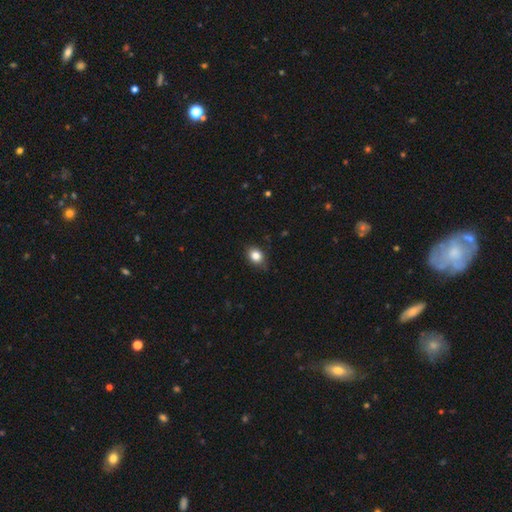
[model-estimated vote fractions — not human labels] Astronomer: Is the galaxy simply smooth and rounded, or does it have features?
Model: smooth — 84%.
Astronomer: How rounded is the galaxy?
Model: in between — 52% (runner-up: round, 47%).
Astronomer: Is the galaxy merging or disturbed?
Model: none — 80%.